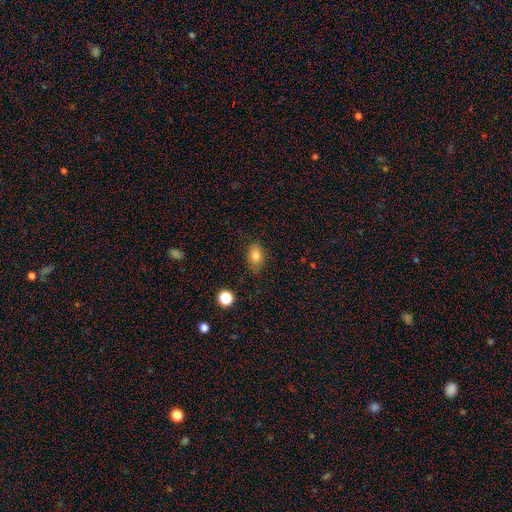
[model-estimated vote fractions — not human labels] Smooth or featured: smooth — 80% (star or artifact — 10%)
How rounded: in between — 81% (round — 17%)
Merging: none — 83% (minor disturbance — 13%)